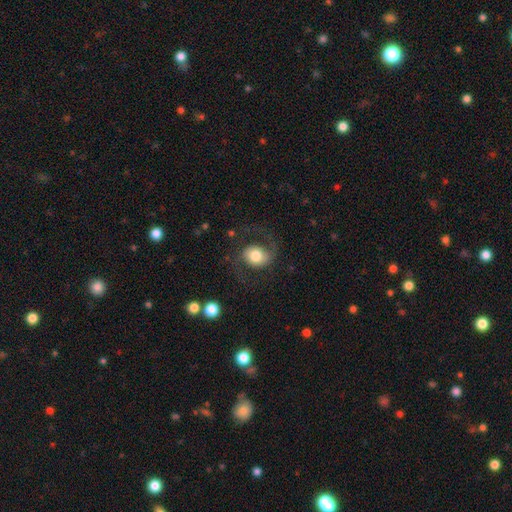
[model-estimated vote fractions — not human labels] Morphology: type=featured or disk (56%); edge-on=no (97%); bar=no (66%); spiral arms=yes (87%); bulge=moderate (46%); merging=none (63%).